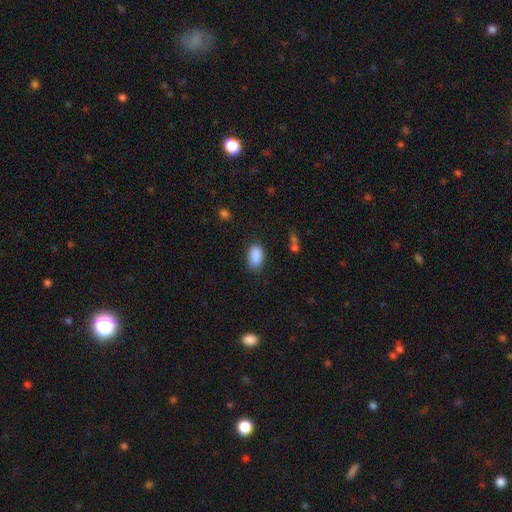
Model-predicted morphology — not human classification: smooth 88%, star or artifact 8%, featured or disk 4%. Down the decision tree: how rounded — in between (91%); merging — none (76%).